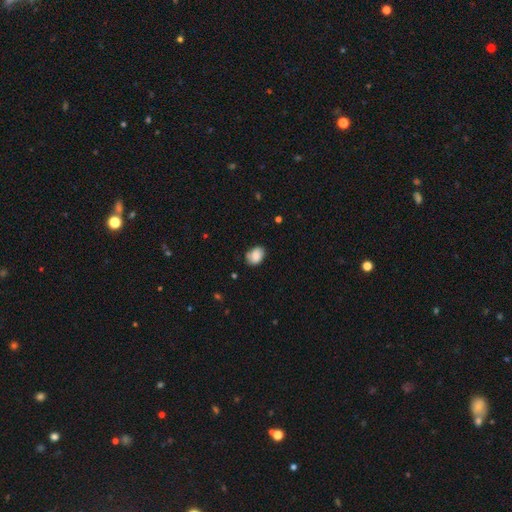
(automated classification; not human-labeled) smooth-or-featured: smooth: 82% | featured or disk: 10% | star or artifact: 8%
  how-rounded: in between: 69% | round: 30% | cigar-shaped: 1%
  merging: none: 65% | minor disturbance: 26% | major disturbance: 6% | merger: 3%